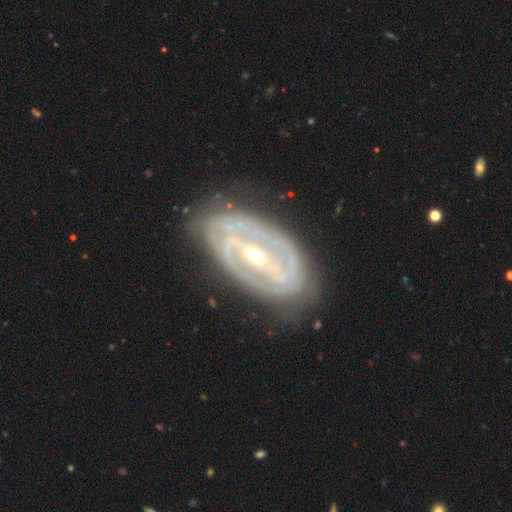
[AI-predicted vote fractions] A featured or disk galaxy (87%) with a strong bar (45%), 2 (58%) tight (57%) spiral arms (90%) and a small central bulge (78%).

Vote fractions:
- Smooth or featured? featured or disk: 87% / smooth: 8% / star or artifact: 5%
- Edge-on disk? no: 95% / yes: 5%
- Bar? strong: 45% / weak: 31% / no: 24%
- Spiral arms? yes: 90% / no: 10%
- Spiral winding? tight: 57% / medium: 34% / loose: 9%
- Spiral arm count? 2: 58% / can't tell: 20% / 3: 10% / 4: 4% / 1: 4% / more than 4: 3%
- Bulge size? small: 78% / moderate: 19% / large: 1% / none: 1% / dominant: 1%
- Merging? none: 71% / minor disturbance: 20% / major disturbance: 8% / merger: 2%